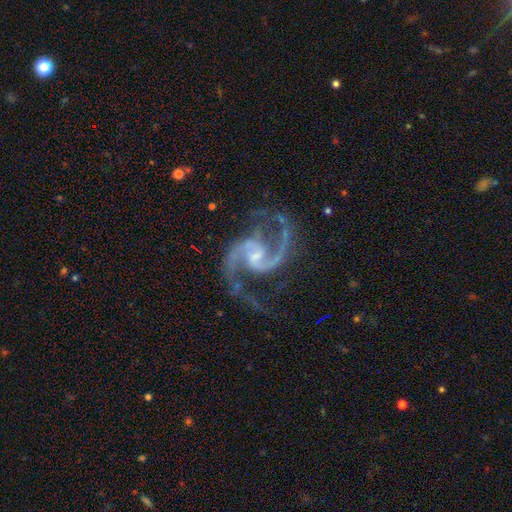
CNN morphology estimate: Overall: featured or disk (94%). Edge-on disk: no (98%). Bar: weak (55%; no 30%). Spiral arms: yes (99%). Spiral arm count: 2 (91%). Spiral winding: medium (55%; loose 37%). Bulge size: small (49%; moderate 29%). Merging: none (65%).